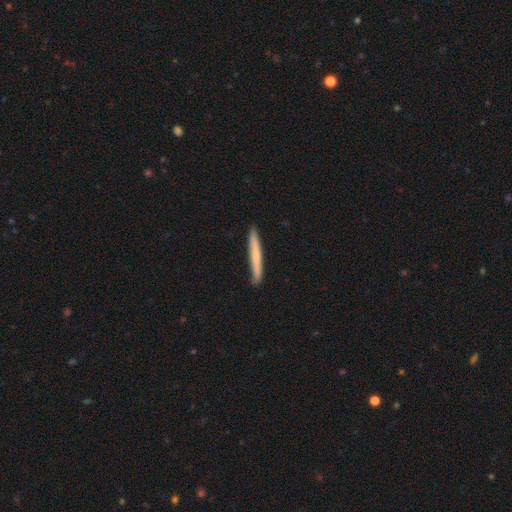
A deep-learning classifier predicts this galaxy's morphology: Smooth or featured?
  - smooth: 62% *
  - featured or disk: 32%
  - star or artifact: 6%
How rounded?
  - cigar-shaped: 96% *
  - in between: 2%
  - round: 1%
Merging?
  - none: 88% *
  - minor disturbance: 9%
  - major disturbance: 1%
  - merger: 1%